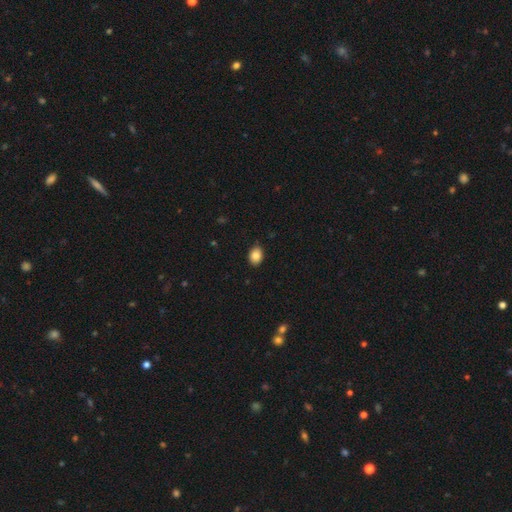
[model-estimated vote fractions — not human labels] This is clearly a smooth galaxy (85%). How rounded: likely in between (74%). Merging: clearly none (85%).